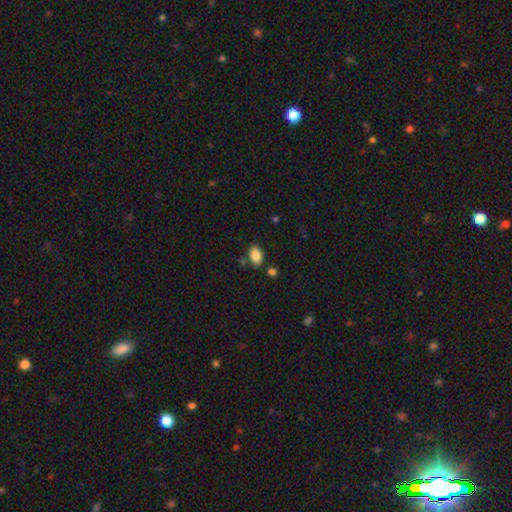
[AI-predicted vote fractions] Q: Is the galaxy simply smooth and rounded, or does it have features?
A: smooth — 84%.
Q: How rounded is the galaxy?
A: in between — 88%.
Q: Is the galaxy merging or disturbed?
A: none — 77%.